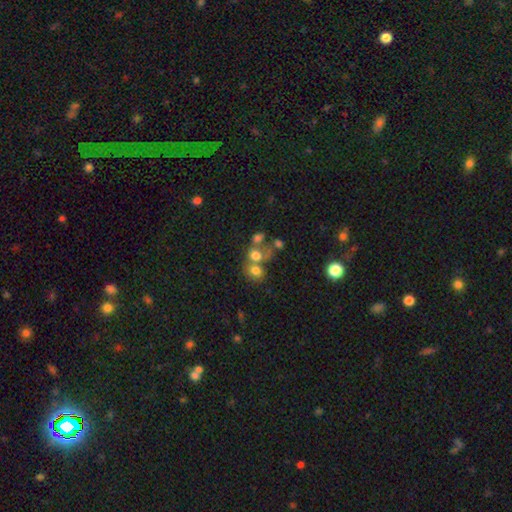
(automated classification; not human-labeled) smooth-or-featured: smooth: 68% | featured or disk: 18% | star or artifact: 14%
  how-rounded: round: 68% | in between: 31% | cigar-shaped: 1%
  merging: merger: 54% | none: 30% | minor disturbance: 8% | major disturbance: 8%